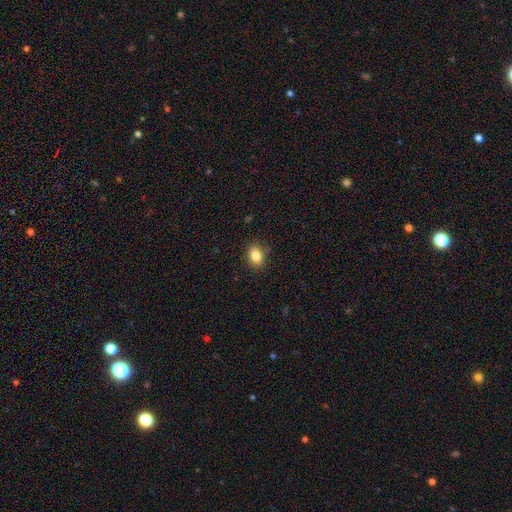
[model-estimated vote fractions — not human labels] Smooth or featured? Predicted: smooth (p=0.85). How rounded? Predicted: in between (p=0.68). Merging? Predicted: none (p=0.86).